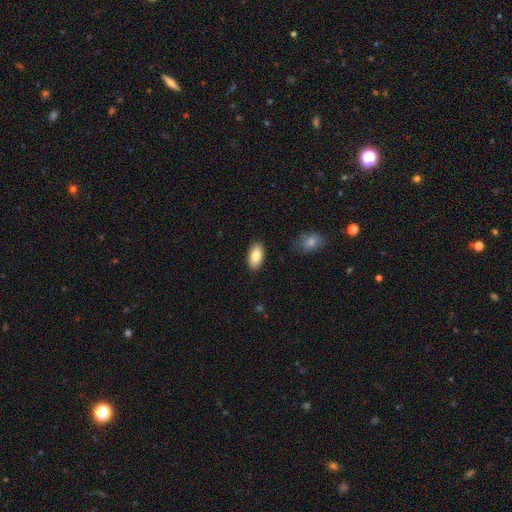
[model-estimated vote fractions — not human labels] Q: Smooth or featured?
A: smooth (81%); runner-up: featured or disk (13%)
Q: How rounded?
A: in between (91%); runner-up: cigar-shaped (6%)
Q: Merging?
A: none (88%); runner-up: minor disturbance (9%)